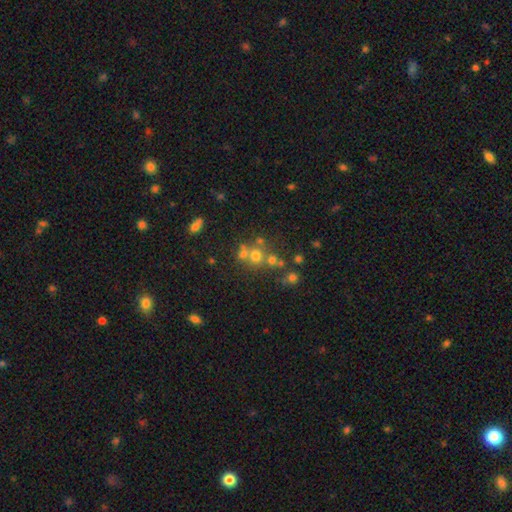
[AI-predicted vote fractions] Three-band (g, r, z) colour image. It shows a smooth galaxy with no disk features (58%) that is round (86%). Merging: none (55%).